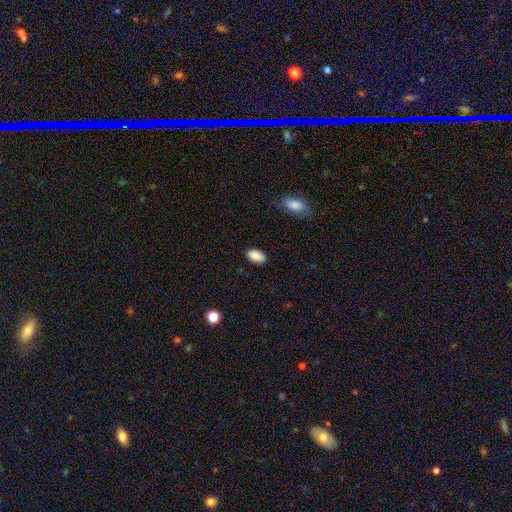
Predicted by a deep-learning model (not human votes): A smooth galaxy with no disk features (89%) that is in between round and cigar-shaped (93%). Merging: none (86%).